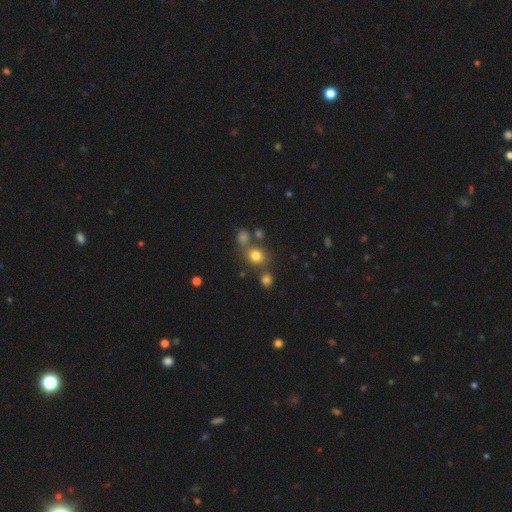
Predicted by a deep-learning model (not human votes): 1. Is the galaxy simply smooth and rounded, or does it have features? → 75% smooth, 16% star or artifact, 9% featured or disk.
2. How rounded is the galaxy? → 76% round, 23% in between, 1% cigar-shaped.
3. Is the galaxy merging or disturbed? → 65% none, 20% merger, 11% minor disturbance, 4% major disturbance.